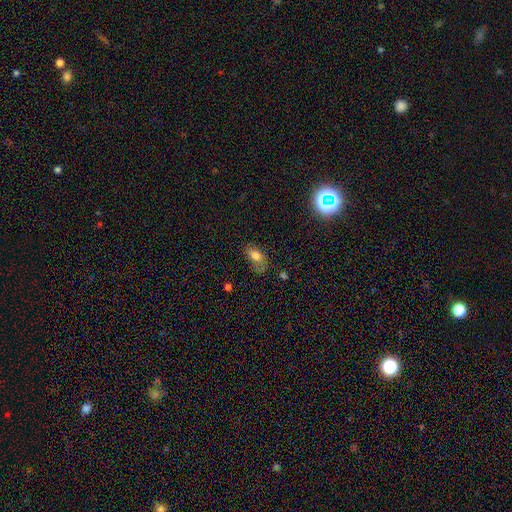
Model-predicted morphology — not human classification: The model was most divided on "merging": none: 54%, minor disturbance: 30%, major disturbance: 13%, merger: 3%. More confident: how rounded — in between (87%); smooth or featured — smooth (74%).